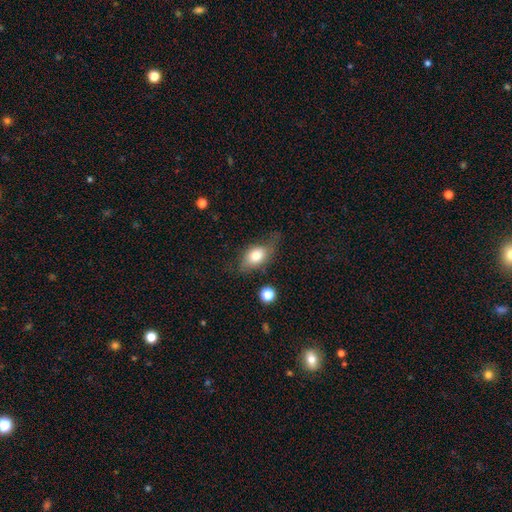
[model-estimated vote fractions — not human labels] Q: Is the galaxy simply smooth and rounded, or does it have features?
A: smooth — 71%.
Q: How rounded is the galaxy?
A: in between — 80%.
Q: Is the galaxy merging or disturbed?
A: none — 53%.